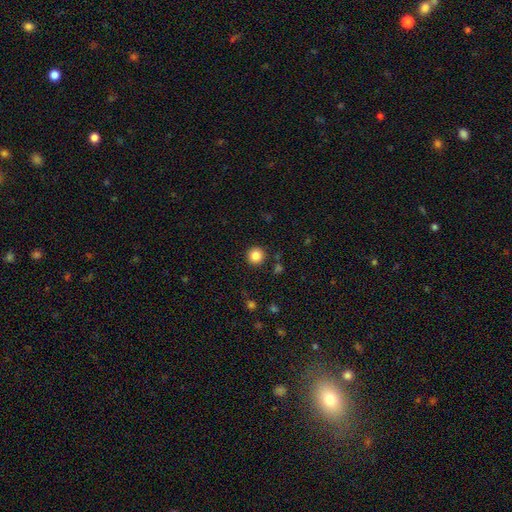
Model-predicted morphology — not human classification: smooth_or_featured: smooth (p=0.85) [alt: star or artifact p=0.10]
how_rounded: round (p=0.96) [alt: in between p=0.03]
merging: none (p=0.91) [alt: minor disturbance p=0.05]